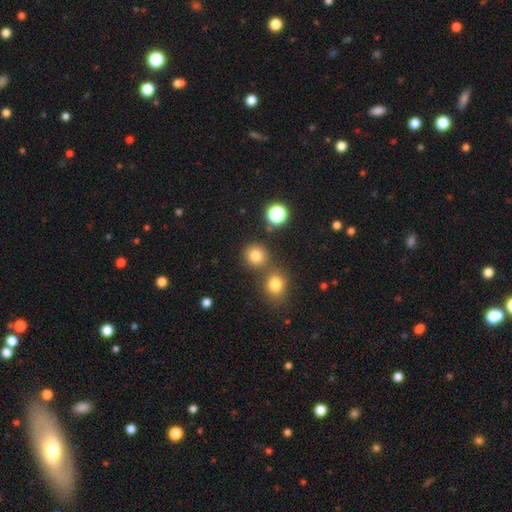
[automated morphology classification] Smooth or featured? smooth (78%)
How rounded? round (88%)
Merging? none (72%)